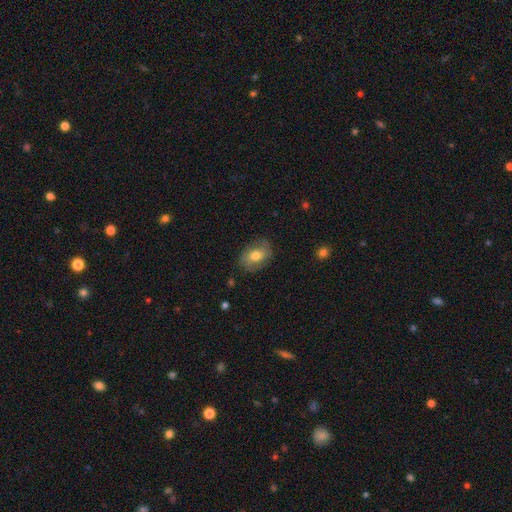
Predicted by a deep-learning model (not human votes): Smooth or featured? smooth (56%)
How rounded? in between (73%)
Merging? none (77%)